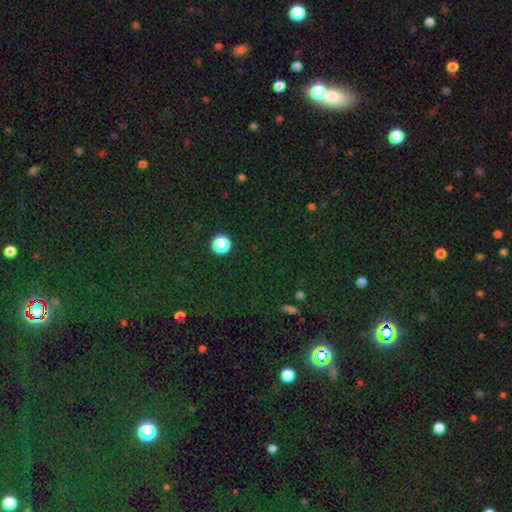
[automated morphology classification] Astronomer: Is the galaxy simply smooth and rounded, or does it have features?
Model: star or artifact — 70%.